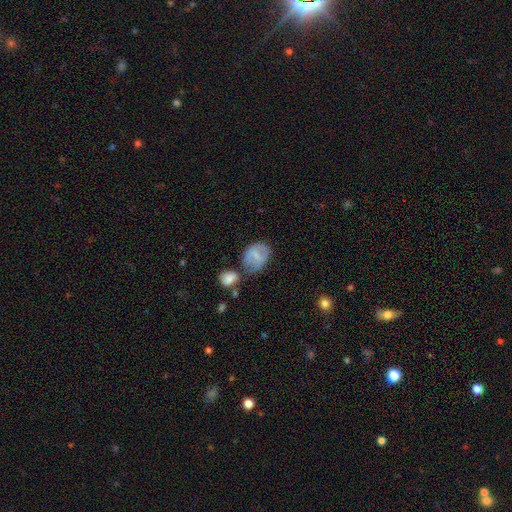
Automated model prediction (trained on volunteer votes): smooth 65%, featured or disk 27%, star or artifact 8%. Down the decision tree: how rounded — in between (67%); merging — none (44%).